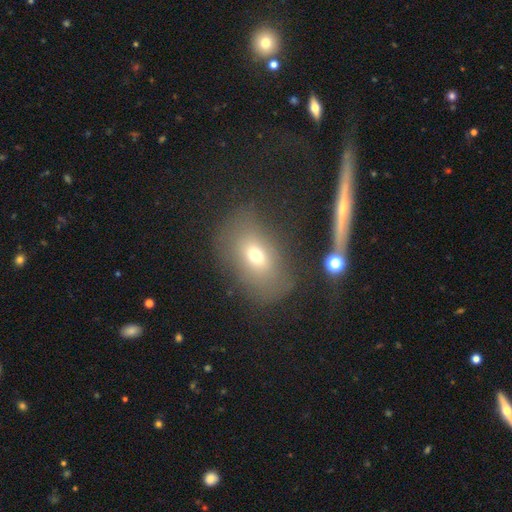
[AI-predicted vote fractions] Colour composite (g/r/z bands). It shows a smooth galaxy with no disk features (64%) that is in between round and cigar-shaped (74%). Merging: none (65%).